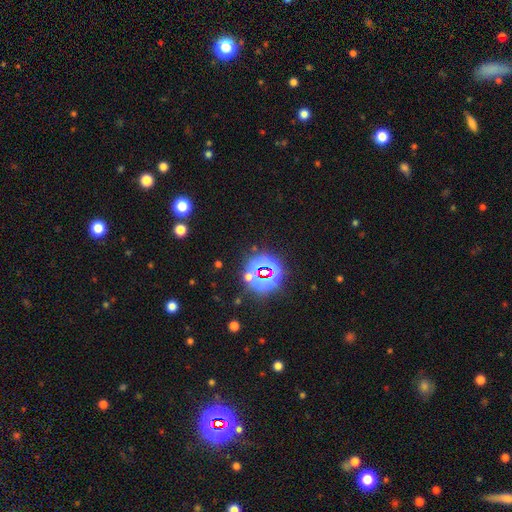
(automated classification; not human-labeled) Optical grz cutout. It shows a star or artifact, not a galaxy (82%).